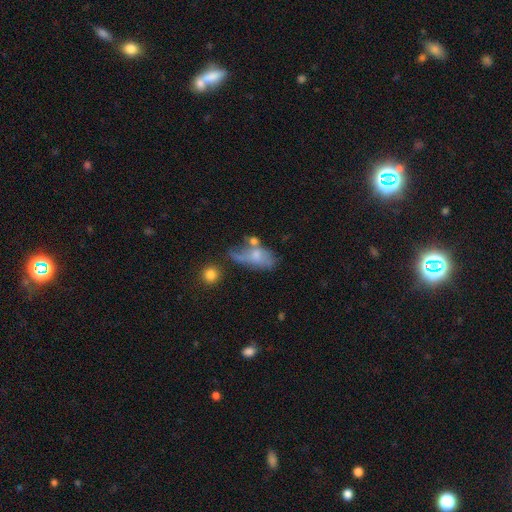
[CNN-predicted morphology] Smooth or featured?
  - smooth: 48% *
  - featured or disk: 40%
  - star or artifact: 11%
Merging?
  - major disturbance: 30% *
  - none: 25%
  - minor disturbance: 23%
  - merger: 22%